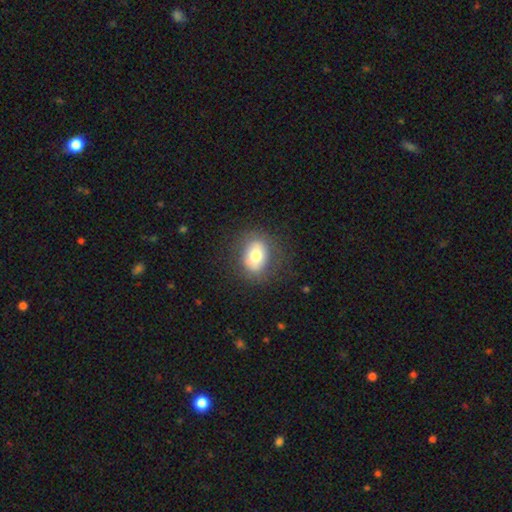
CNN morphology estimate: Smooth or featured: smooth — 67% (featured or disk — 24%)
How rounded: in between — 56% (round — 43%)
Merging: none — 78% (minor disturbance — 14%)